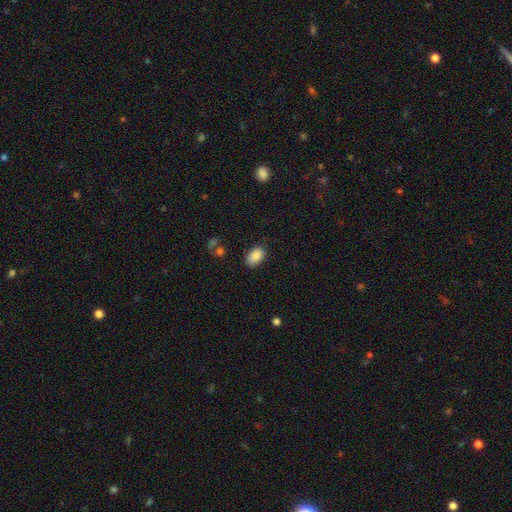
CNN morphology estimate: smooth 87%, star or artifact 8%, featured or disk 5%. Down the decision tree: how rounded — in between (90%); merging — none (82%).